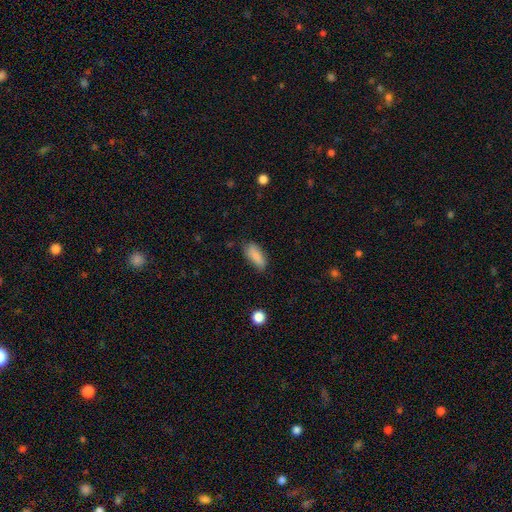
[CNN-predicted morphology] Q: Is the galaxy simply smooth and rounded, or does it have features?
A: smooth — 86%.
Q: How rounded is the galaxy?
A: in between — 78%.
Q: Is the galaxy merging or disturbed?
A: none — 68%.